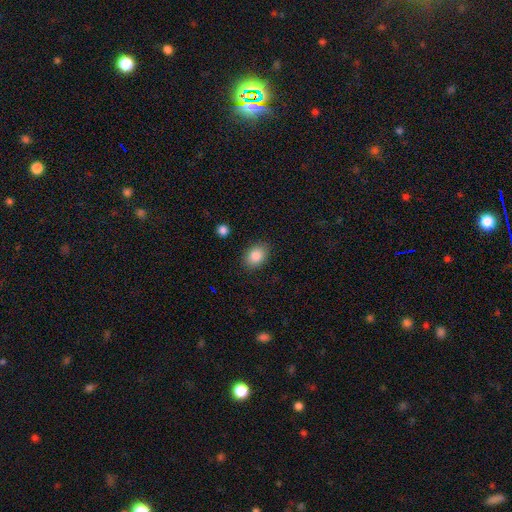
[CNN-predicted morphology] The model was most divided on "how rounded": in between: 78%, round: 21%, cigar-shaped: 1%. More confident: smooth or featured — smooth (86%); merging — none (86%).